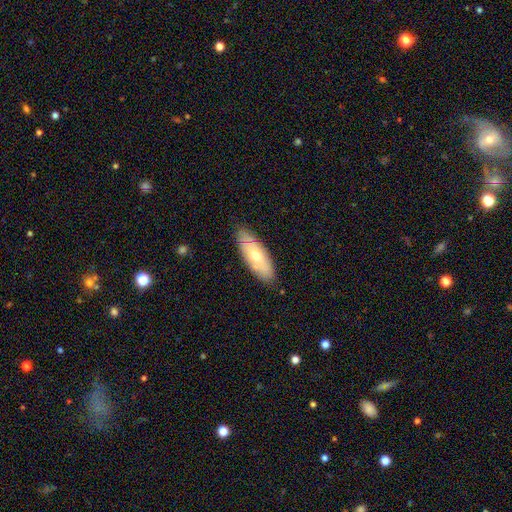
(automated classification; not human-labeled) This appears to be a smooth galaxy with no disk features (56%) that is in between round and cigar-shaped (73%). Merging: none (81%).